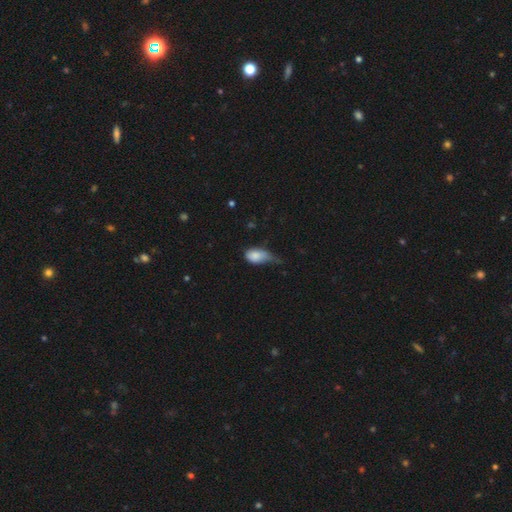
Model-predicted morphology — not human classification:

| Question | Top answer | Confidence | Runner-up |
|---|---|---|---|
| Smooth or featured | smooth | 81% | featured or disk (12%) |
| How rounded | in between | 87% | round (10%) |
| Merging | minor disturbance | 46% | major disturbance (31%) |